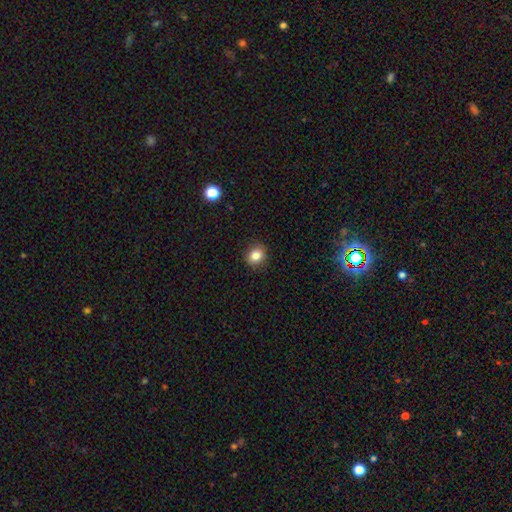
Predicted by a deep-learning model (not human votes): Morphology: type=smooth (84%); roundness=round (66%); merging=none (88%).